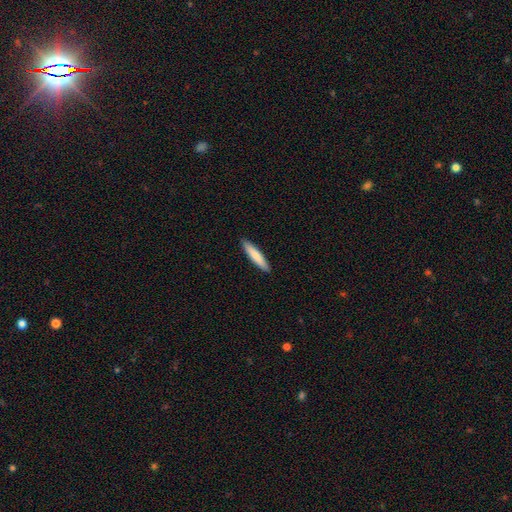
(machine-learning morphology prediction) Smooth or featured: smooth — 81% (featured or disk — 14%)
How rounded: cigar-shaped — 89% (in between — 10%)
Merging: none — 91% (minor disturbance — 7%)